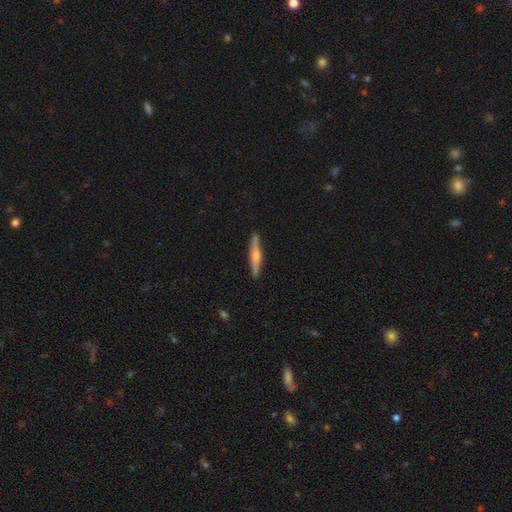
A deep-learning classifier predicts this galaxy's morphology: Smooth or featured: featured or disk — 58% (smooth — 37%)
Edge-on disk: yes — 97% (no — 3%)
Edge-on bulge: rounded — 83% (none — 9%)
Merging: none — 89% (minor disturbance — 8%)